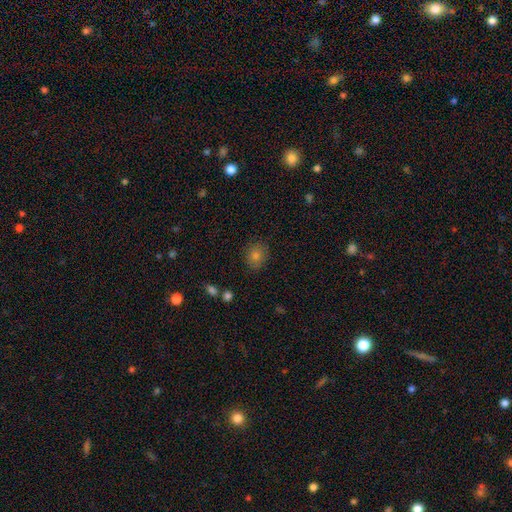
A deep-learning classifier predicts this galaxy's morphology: smooth_or_featured: smooth (p=0.75) [alt: star or artifact p=0.16]
how_rounded: round (p=0.70) [alt: in between p=0.29]
merging: none (p=0.86) [alt: minor disturbance p=0.10]